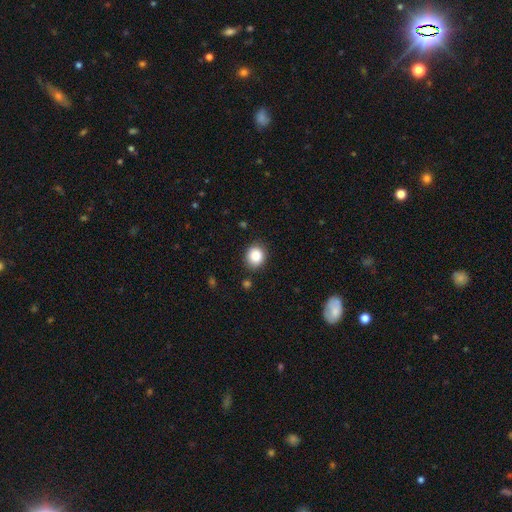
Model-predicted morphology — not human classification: The model was most divided on "how rounded": round: 77%, in between: 22%, cigar-shaped: 1%. More confident: smooth or featured — smooth (87%); merging — none (85%).